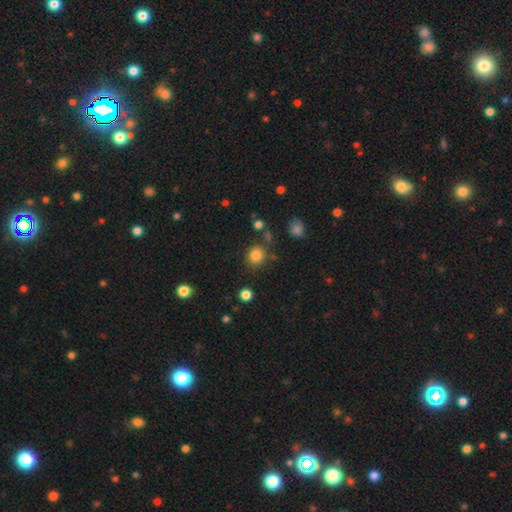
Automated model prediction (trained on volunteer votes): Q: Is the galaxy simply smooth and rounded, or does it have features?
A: smooth — 83%.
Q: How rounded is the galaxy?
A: round — 80%.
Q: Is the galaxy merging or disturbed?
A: none — 78%.